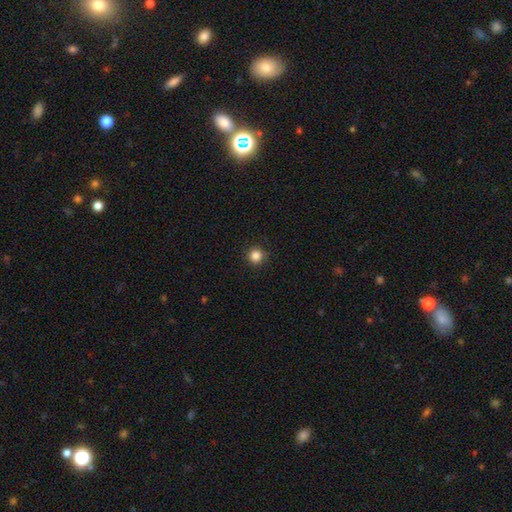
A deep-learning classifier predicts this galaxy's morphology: smooth 85%, star or artifact 12%, featured or disk 4%. Down the decision tree: how rounded — round (95%); merging — none (91%).